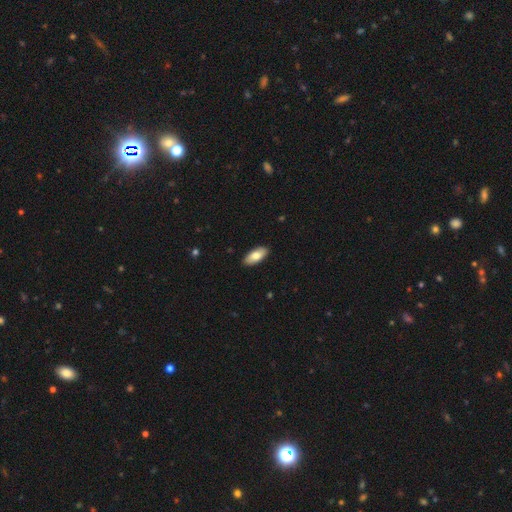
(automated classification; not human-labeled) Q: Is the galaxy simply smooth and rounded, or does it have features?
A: smooth — 78%.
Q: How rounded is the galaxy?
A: in between — 86%.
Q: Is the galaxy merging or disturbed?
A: none — 90%.